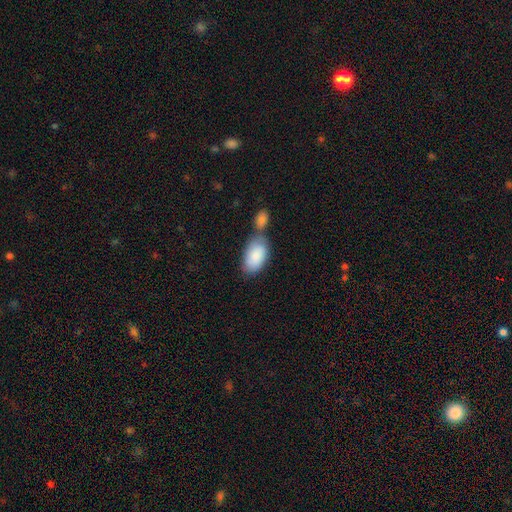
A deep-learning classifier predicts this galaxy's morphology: Smooth or featured?
  - smooth: 86% *
  - featured or disk: 8%
  - star or artifact: 6%
How rounded?
  - in between: 95% *
  - round: 3%
  - cigar-shaped: 2%
Merging?
  - merger: 40% *
  - none: 39%
  - minor disturbance: 15%
  - major disturbance: 5%